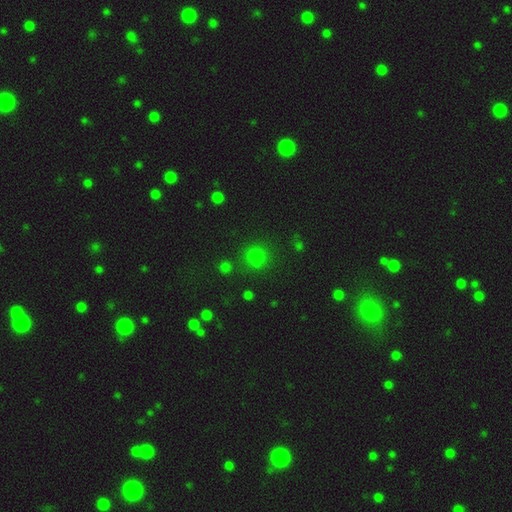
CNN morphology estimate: smooth-or-featured: smooth: 73% | star or artifact: 22% | featured or disk: 5%
  how-rounded: round: 89% | in between: 10% | cigar-shaped: 1%
  merging: none: 79% | minor disturbance: 11% | merger: 5% | major disturbance: 5%